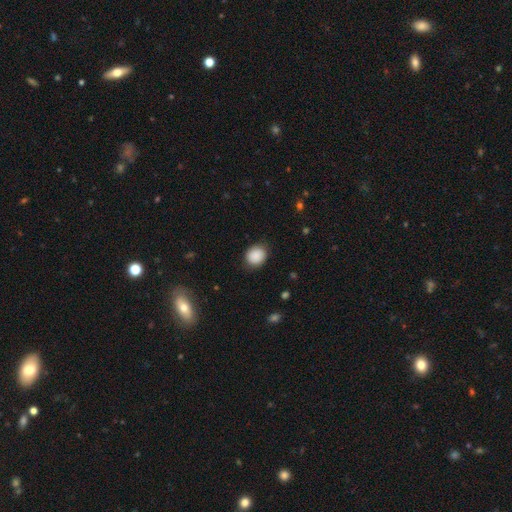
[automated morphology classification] smooth_or_featured: smooth (p=0.88) [alt: star or artifact p=0.08]
how_rounded: round (p=0.72) [alt: in between p=0.27]
merging: none (p=0.84) [alt: minor disturbance p=0.12]